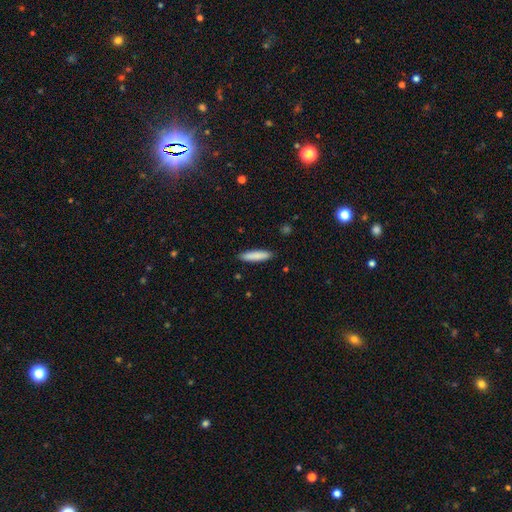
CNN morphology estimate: smooth_or_featured: smooth (p=0.86) [alt: featured or disk p=0.08]
how_rounded: cigar-shaped (p=0.82) [alt: in between p=0.17]
merging: none (p=0.90) [alt: minor disturbance p=0.07]